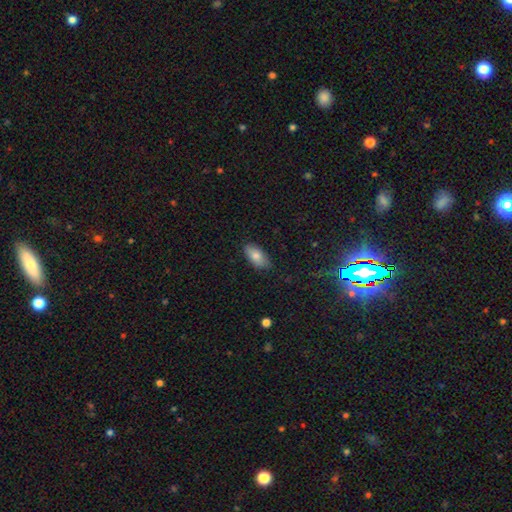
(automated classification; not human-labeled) Smooth or featured? smooth (80%)
How rounded? in between (91%)
Merging? none (83%)